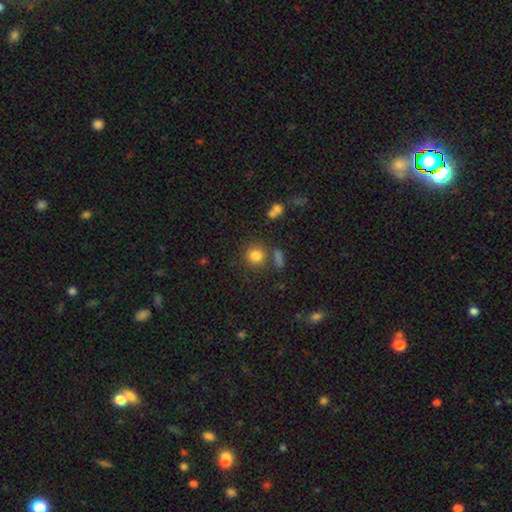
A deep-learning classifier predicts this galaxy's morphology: This appears to be a smooth galaxy with no disk features (81%) that is round (87%). Merging: none (74%).